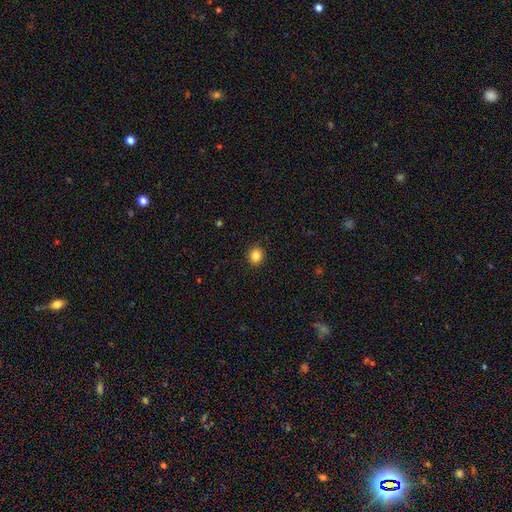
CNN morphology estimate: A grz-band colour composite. It shows a smooth galaxy with no disk features (85%) that is round (81%). Merging: none (91%).